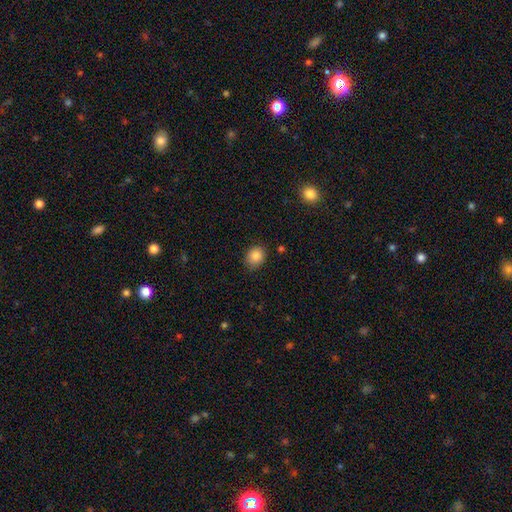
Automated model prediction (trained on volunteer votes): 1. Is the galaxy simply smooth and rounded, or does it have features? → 86% smooth, 9% star or artifact, 5% featured or disk.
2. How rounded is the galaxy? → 62% round, 37% in between, 1% cigar-shaped.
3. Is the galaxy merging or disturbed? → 81% none, 15% minor disturbance, 3% major disturbance, 2% merger.